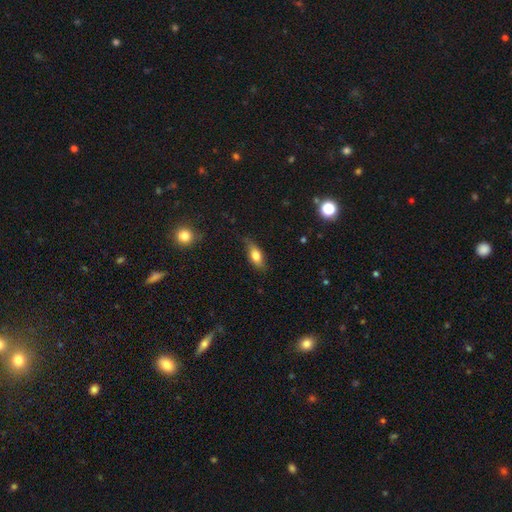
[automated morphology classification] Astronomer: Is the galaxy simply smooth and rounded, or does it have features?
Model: smooth — 71%.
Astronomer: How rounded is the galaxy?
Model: in between — 76%.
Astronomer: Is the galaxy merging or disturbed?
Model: none — 65%.